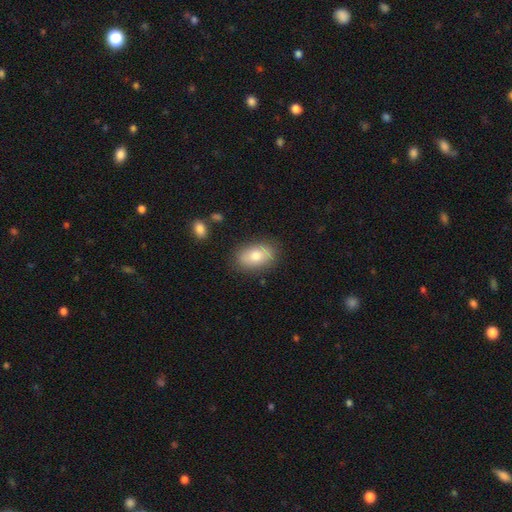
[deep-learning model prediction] smooth 74%, featured or disk 19%, star or artifact 7%. Down the decision tree: how rounded — in between (90%); merging — none (83%).